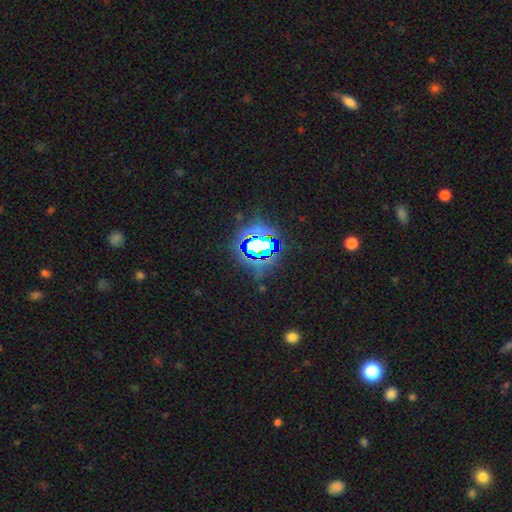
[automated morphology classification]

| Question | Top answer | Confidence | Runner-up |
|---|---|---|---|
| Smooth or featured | star or artifact | 79% | smooth (12%) |